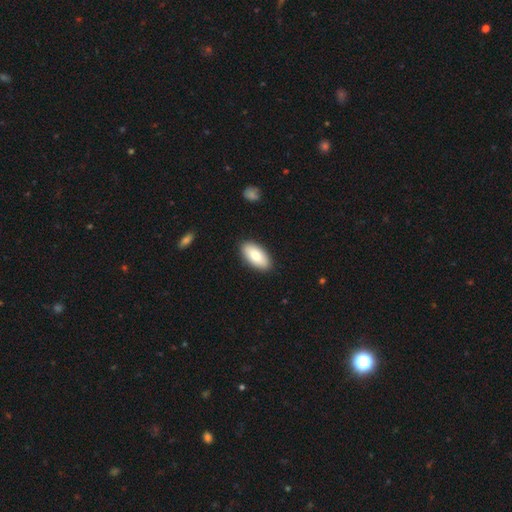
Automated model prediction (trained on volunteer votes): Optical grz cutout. It shows a smooth galaxy with no disk features (82%) that is in between round and cigar-shaped (93%). Merging: none (89%).